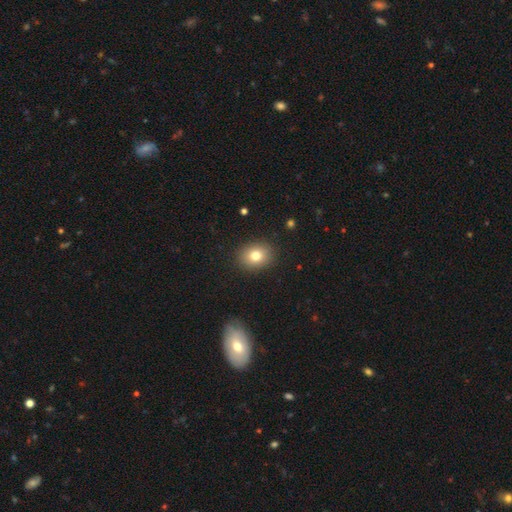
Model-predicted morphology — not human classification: A smooth galaxy with no disk features (79%) that is round (52%).

Vote fractions:
- Smooth or featured? smooth: 79% / star or artifact: 11% / featured or disk: 10%
- How rounded? round: 52% / in between: 47% / cigar-shaped: 1%
- Merging? none: 89% / minor disturbance: 7% / major disturbance: 2% / merger: 1%